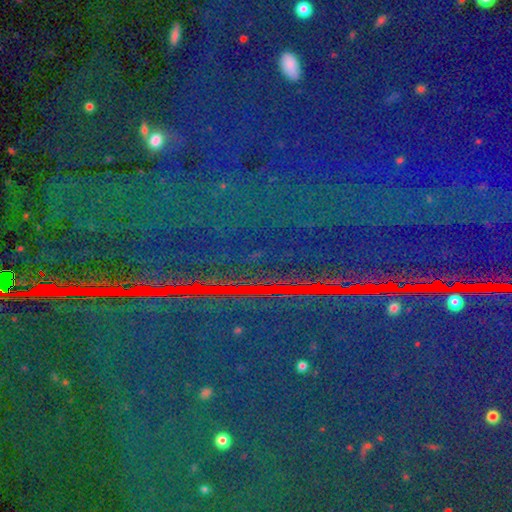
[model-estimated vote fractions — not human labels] This is clearly a star or artifact rather than a galaxy (86%).